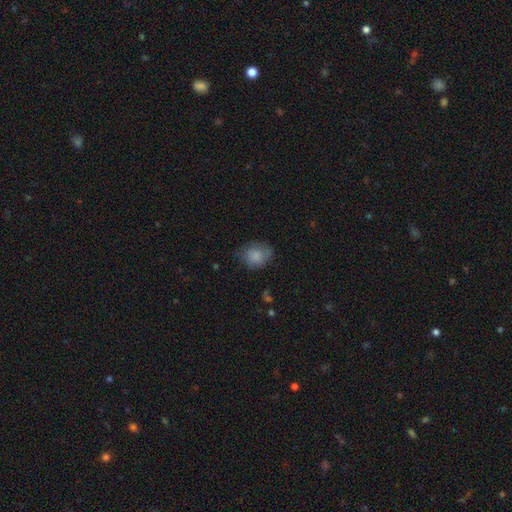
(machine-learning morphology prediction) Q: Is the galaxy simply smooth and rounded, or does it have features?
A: smooth — 80%.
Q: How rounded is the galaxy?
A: round — 56%.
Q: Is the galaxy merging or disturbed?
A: none — 60%.